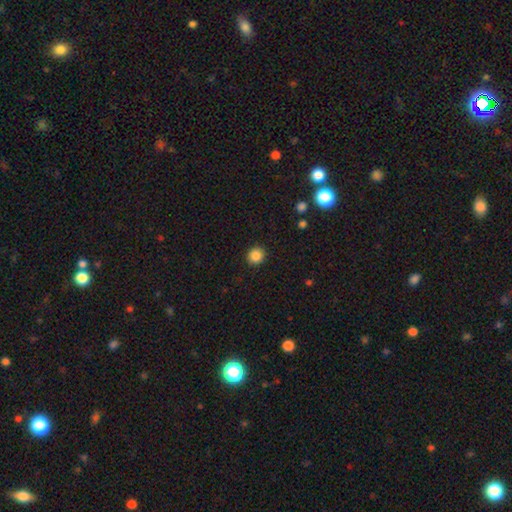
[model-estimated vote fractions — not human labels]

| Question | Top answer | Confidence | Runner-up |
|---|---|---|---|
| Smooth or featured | smooth | 87% | star or artifact (10%) |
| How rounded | round | 90% | in between (9%) |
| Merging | none | 91% | minor disturbance (6%) |